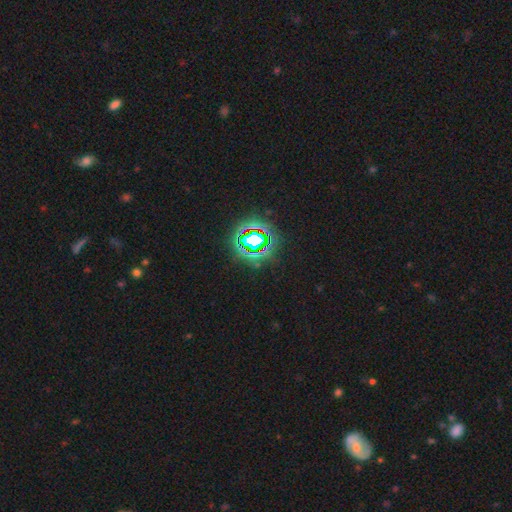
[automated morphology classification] A star or artifact, not a galaxy (83%).

Vote fractions:
- Smooth or featured? star or artifact: 83% / smooth: 10% / featured or disk: 7%